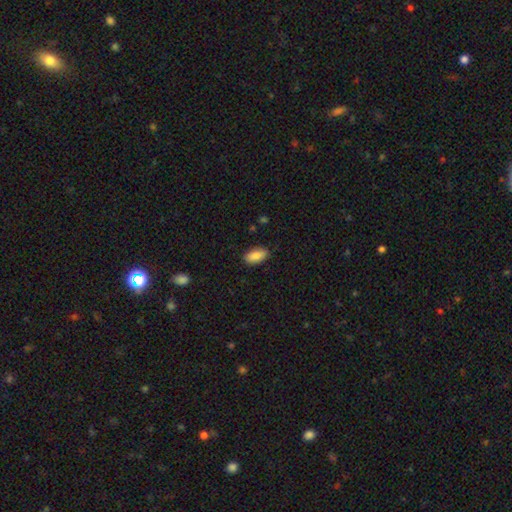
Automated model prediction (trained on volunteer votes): Overall: smooth (86%). How rounded: in between (90%). Merging: none (86%).